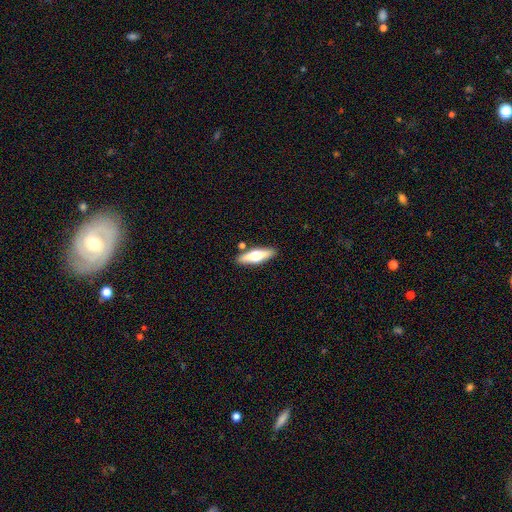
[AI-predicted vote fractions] smooth-or-featured: smooth: 48% | featured or disk: 46% | star or artifact: 6%
  merging: none: 84% | minor disturbance: 9% | merger: 5% | major disturbance: 2%